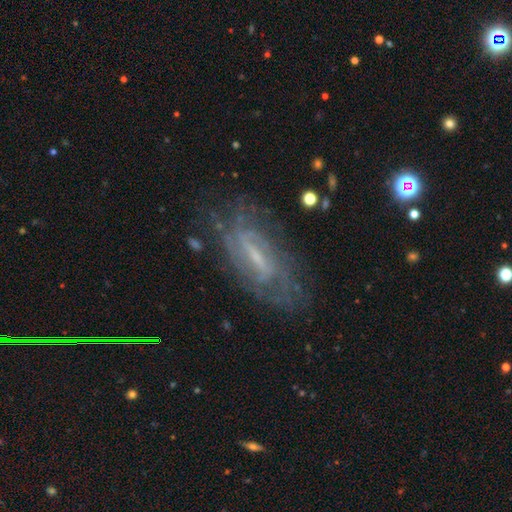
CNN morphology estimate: A featured or disk galaxy (76%) with a weak bar (48%), tight (53%) spiral arms (85%) and a small central bulge (55%). Merging: none (73%).